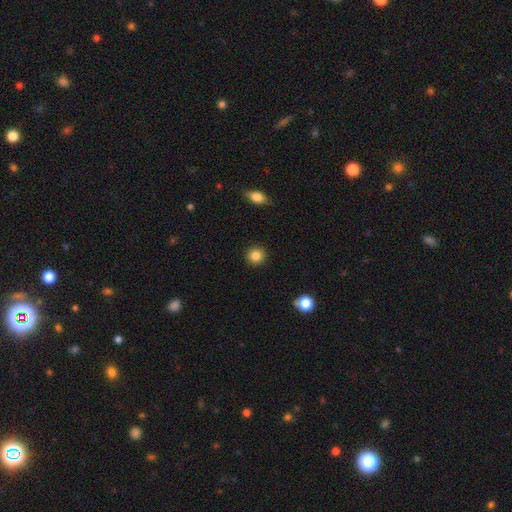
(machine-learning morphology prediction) type=smooth (86%); roundness=round (92%); merging=none (91%).